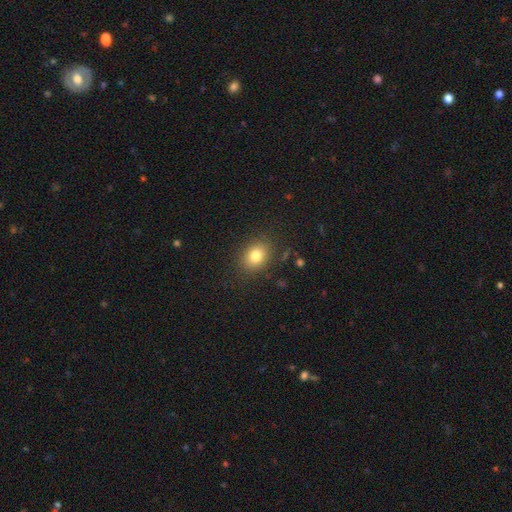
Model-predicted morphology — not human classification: Overall: smooth (81%). How rounded: in between (59%; round 40%). Merging: none (85%).